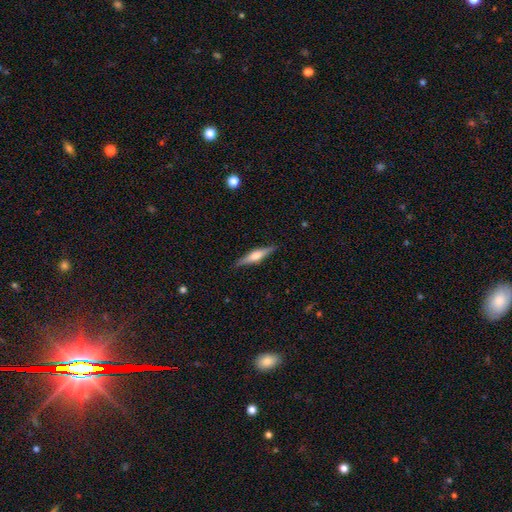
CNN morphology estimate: smooth-or-featured: featured or disk: 61% | smooth: 34% | star or artifact: 6%
  disk-edge-on: yes: 97% | no: 3%
    edge-on-bulge: rounded: 86% | boxy: 9% | none: 4%
  merging: none: 89% | minor disturbance: 8% | major disturbance: 2% | merger: 1%